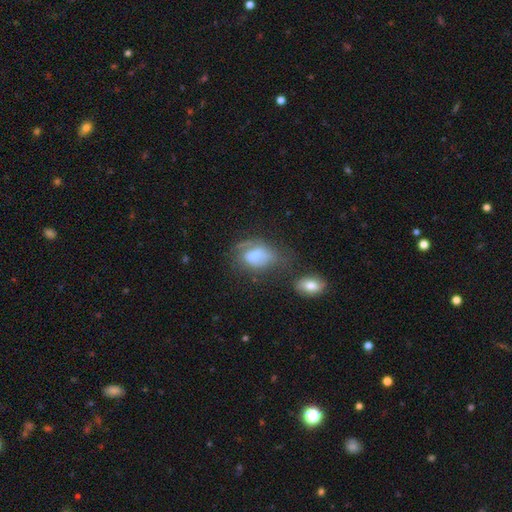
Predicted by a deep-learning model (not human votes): Smooth or featured? Predicted: smooth (p=0.54). How rounded? Predicted: in between (p=0.78). Merging? Predicted: major disturbance (p=0.31).